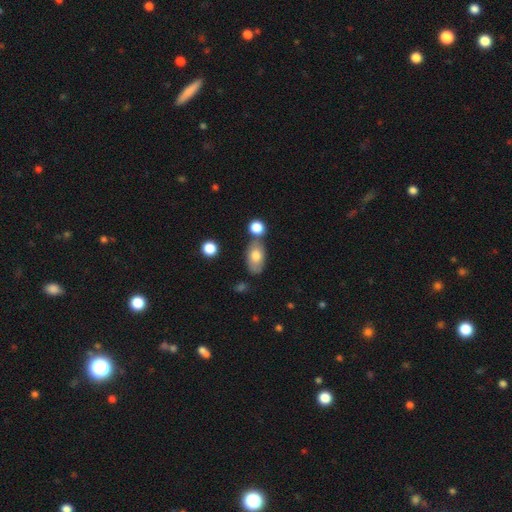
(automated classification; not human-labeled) A smooth galaxy with no disk features (74%) that is in between round and cigar-shaped (90%).

Vote fractions:
- Smooth or featured? smooth: 74% / featured or disk: 19% / star or artifact: 7%
- How rounded? in between: 90% / round: 7% / cigar-shaped: 3%
- Merging? none: 59% / merger: 20% / minor disturbance: 17% / major disturbance: 5%